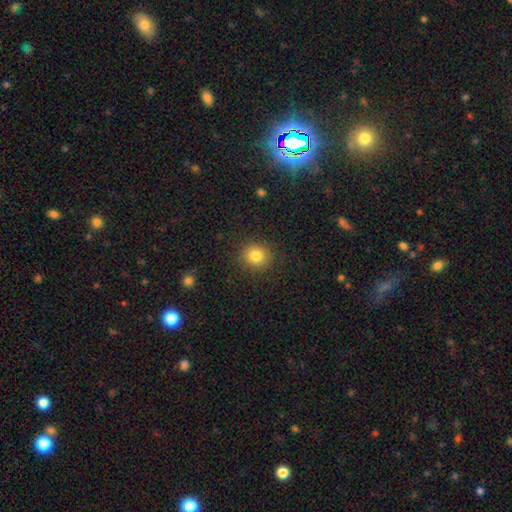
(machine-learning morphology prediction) smooth_or_featured: smooth (p=0.82) [alt: star or artifact p=0.11]
how_rounded: round (p=0.84) [alt: in between p=0.15]
merging: none (p=0.89) [alt: minor disturbance p=0.07]